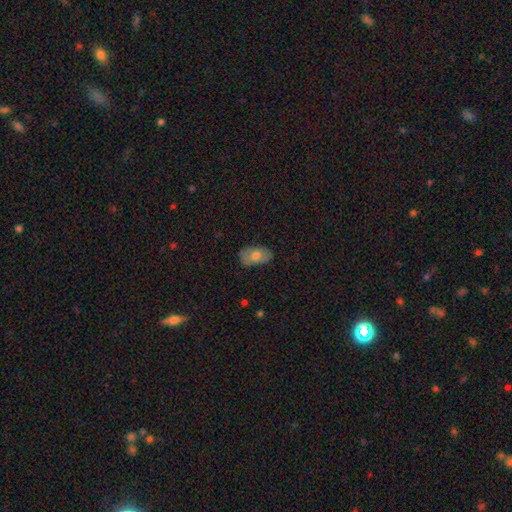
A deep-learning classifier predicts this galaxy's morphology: The model was most divided on "smooth or featured": smooth: 66%, featured or disk: 27%, star or artifact: 7%. More confident: how rounded — in between (91%); merging — none (78%).